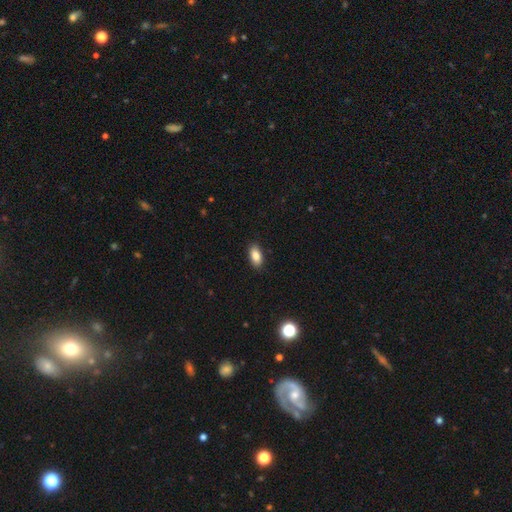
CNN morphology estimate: The model was most divided on "smooth or featured": smooth: 86%, star or artifact: 8%, featured or disk: 6%. More confident: how rounded — in between (91%); merging — none (88%).